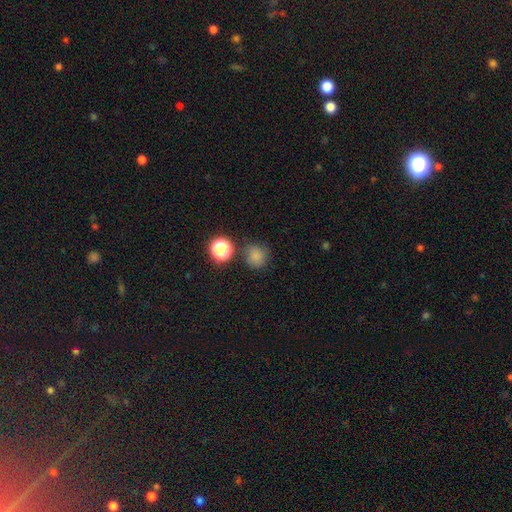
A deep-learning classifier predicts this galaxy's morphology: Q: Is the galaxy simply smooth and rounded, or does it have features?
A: smooth — 77%.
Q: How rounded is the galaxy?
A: round — 89%.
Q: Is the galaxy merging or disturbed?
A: none — 76%.